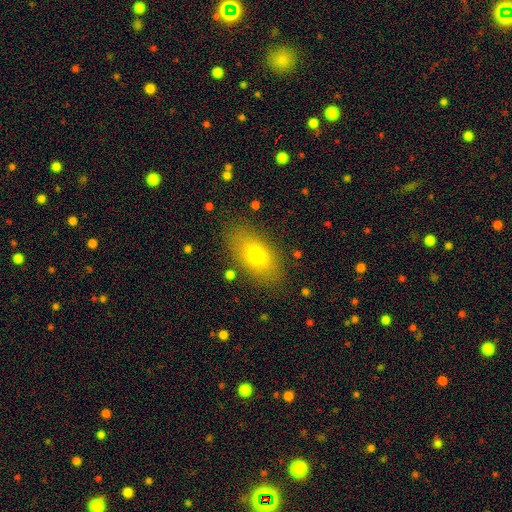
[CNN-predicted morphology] Q: Smooth or featured?
A: smooth (71%); runner-up: featured or disk (18%)
Q: How rounded?
A: in between (86%); runner-up: round (9%)
Q: Merging?
A: none (83%); runner-up: minor disturbance (11%)